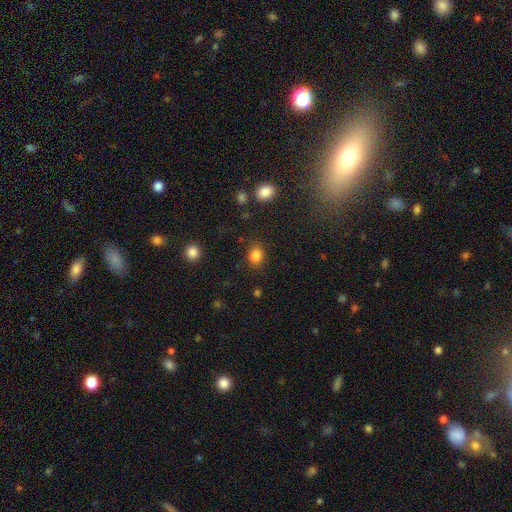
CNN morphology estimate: smooth-or-featured: smooth: 84% | star or artifact: 11% | featured or disk: 5%
  how-rounded: round: 50% | in between: 49% | cigar-shaped: 1%
  merging: none: 84% | minor disturbance: 11% | major disturbance: 4% | merger: 2%